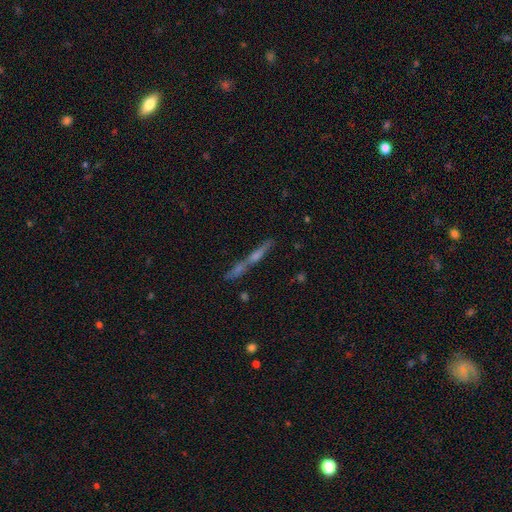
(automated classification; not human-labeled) This appears to be a featured or disk galaxy (54%) viewed edge-on (86%). Merging: none (58%).